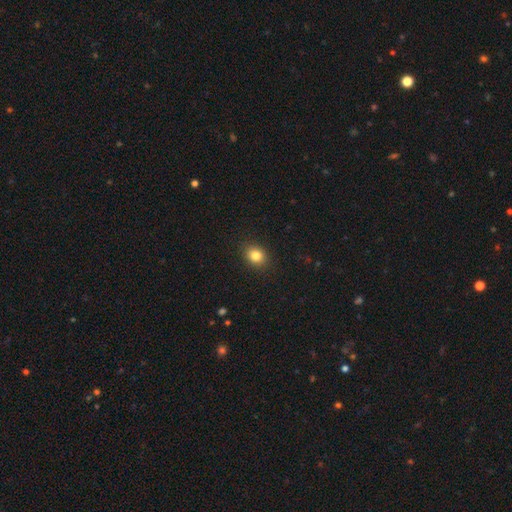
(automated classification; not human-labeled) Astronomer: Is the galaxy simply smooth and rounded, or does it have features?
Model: smooth — 83%.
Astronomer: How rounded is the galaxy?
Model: round — 57% (runner-up: in between, 42%).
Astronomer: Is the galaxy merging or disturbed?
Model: none — 90%.